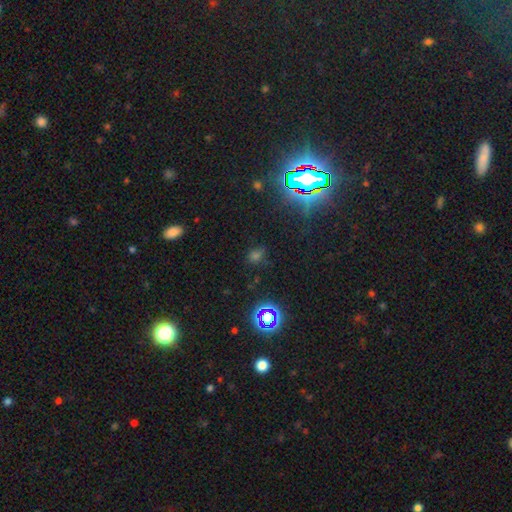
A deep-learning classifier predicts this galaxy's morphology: This appears to be a star or artifact, not a galaxy (49%).